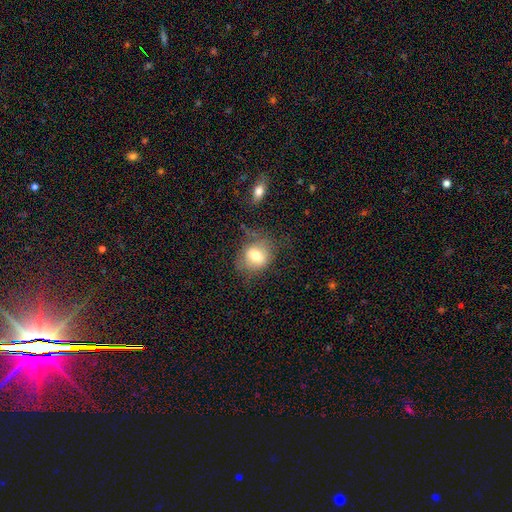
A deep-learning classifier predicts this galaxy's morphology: Q: Smooth or featured?
A: smooth (67%); runner-up: featured or disk (24%)
Q: How rounded?
A: round (65%); runner-up: in between (34%)
Q: Merging?
A: none (65%); runner-up: minor disturbance (21%)